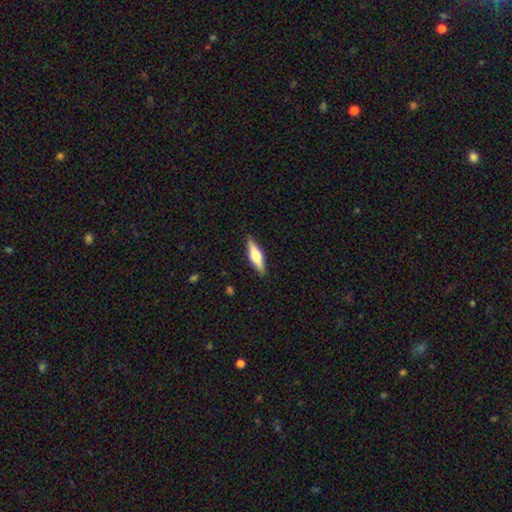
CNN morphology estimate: The model was most divided on "smooth or featured": featured or disk: 48%, smooth: 46%, star or artifact: 6%. More confident: merging — none (89%).